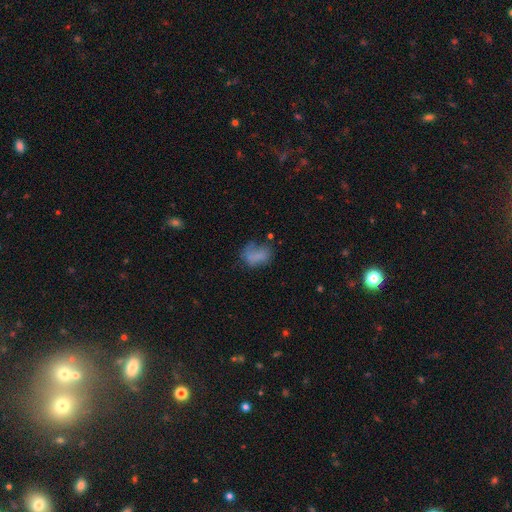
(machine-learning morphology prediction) smooth-or-featured: smooth: 68% | featured or disk: 19% | star or artifact: 12%
  how-rounded: in between: 71% | round: 27% | cigar-shaped: 2%
  merging: none: 39% | minor disturbance: 28% | major disturbance: 26% | merger: 7%